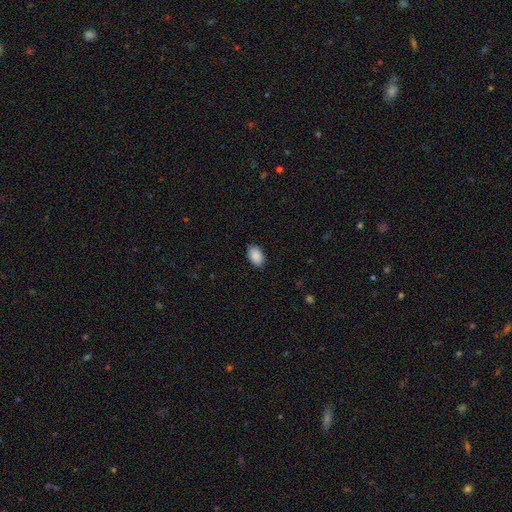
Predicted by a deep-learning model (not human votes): smooth_or_featured: smooth (p=0.90) [alt: star or artifact p=0.07]
how_rounded: in between (p=0.92) [alt: round p=0.07]
merging: none (p=0.88) [alt: minor disturbance p=0.09]